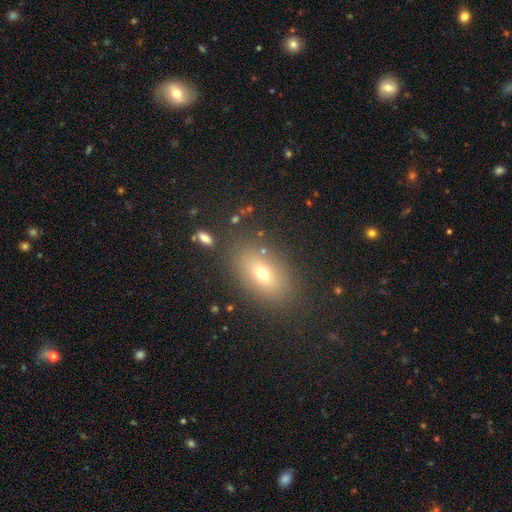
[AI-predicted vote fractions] Q: Smooth or featured?
A: smooth (65%); runner-up: featured or disk (17%)
Q: How rounded?
A: in between (82%); runner-up: round (14%)
Q: Merging?
A: none (84%); runner-up: minor disturbance (10%)